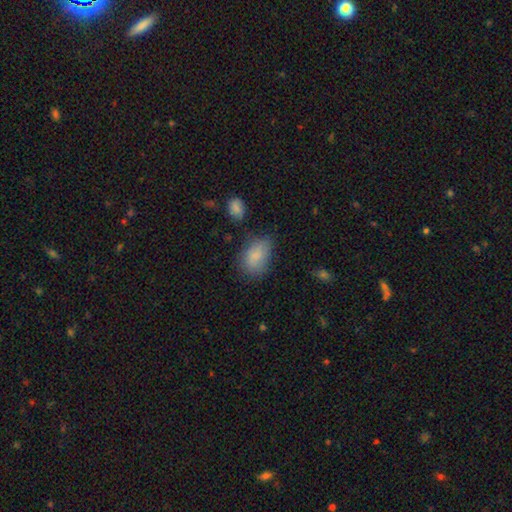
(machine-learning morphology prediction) smooth-or-featured: smooth: 82% | star or artifact: 9% | featured or disk: 9%
  how-rounded: in between: 84% | round: 14% | cigar-shaped: 2%
  merging: none: 57% | minor disturbance: 29% | major disturbance: 9% | merger: 4%